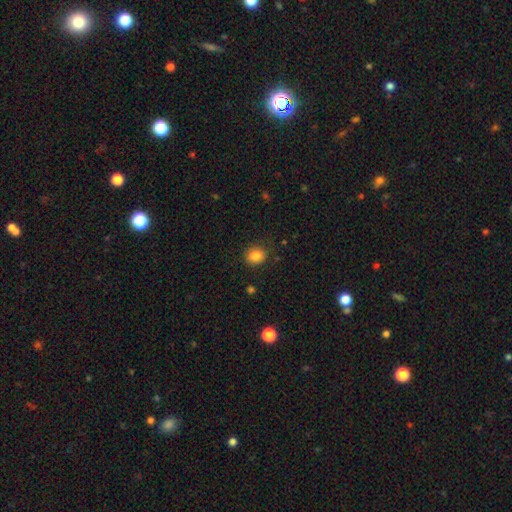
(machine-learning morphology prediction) Smooth or featured?
  - smooth: 85% *
  - star or artifact: 11%
  - featured or disk: 5%
How rounded?
  - round: 63% *
  - in between: 36%
  - cigar-shaped: 1%
Merging?
  - none: 85% *
  - minor disturbance: 11%
  - major disturbance: 3%
  - merger: 1%